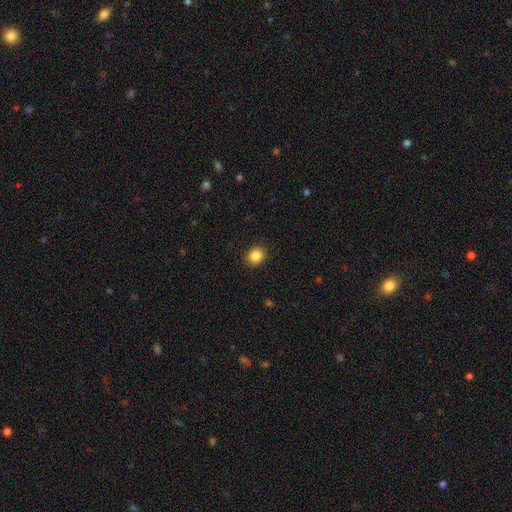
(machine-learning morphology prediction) Smooth or featured? Predicted: smooth (p=0.86). How rounded? Predicted: round (p=0.67). Merging? Predicted: none (p=0.90).